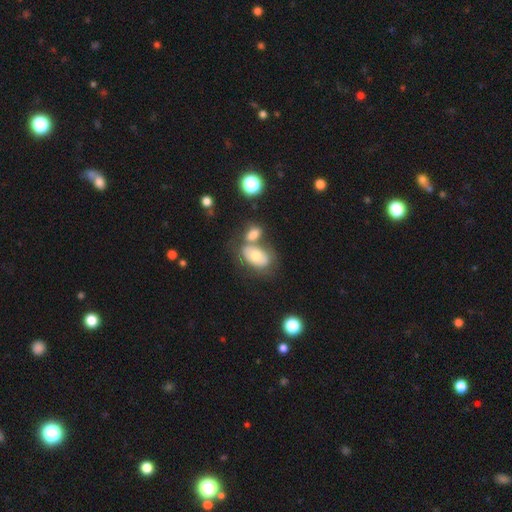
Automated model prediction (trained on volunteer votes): A smooth galaxy with no disk features (53%) that is in between round and cigar-shaped (89%). Merging: none (43%).